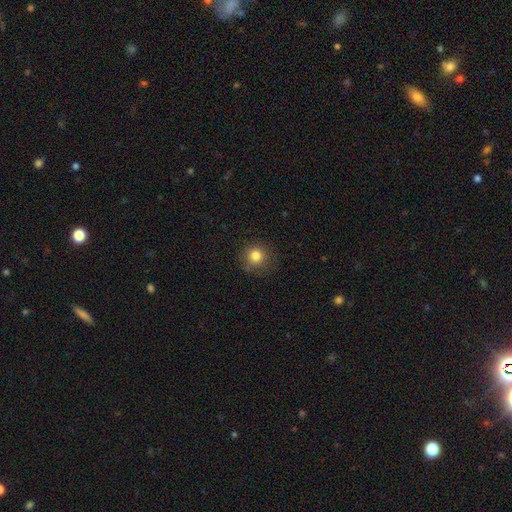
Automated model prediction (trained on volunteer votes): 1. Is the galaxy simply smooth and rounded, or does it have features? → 81% smooth, 12% star or artifact, 7% featured or disk.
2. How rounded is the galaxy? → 93% round, 7% in between, 1% cigar-shaped.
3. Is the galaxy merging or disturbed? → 82% none, 12% minor disturbance, 4% major disturbance, 1% merger.